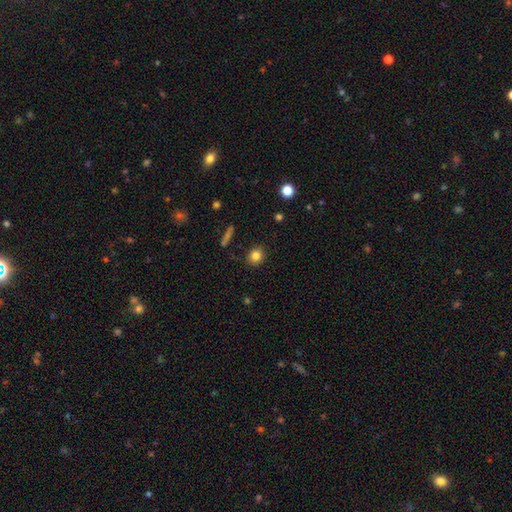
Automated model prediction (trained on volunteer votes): Smooth or featured: smooth — 83% (star or artifact — 10%)
How rounded: round — 81% (in between — 18%)
Merging: none — 89% (minor disturbance — 7%)